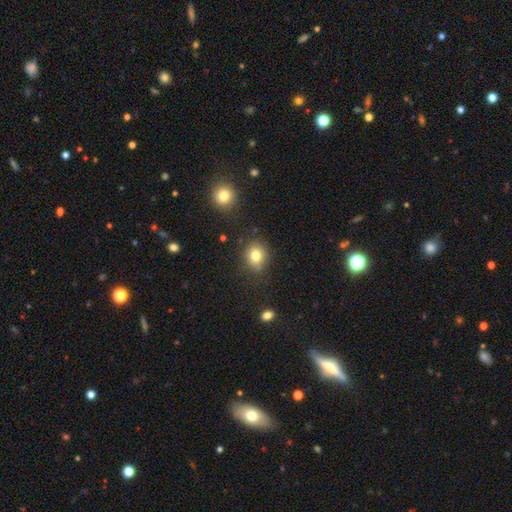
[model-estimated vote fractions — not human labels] Smooth or featured? Predicted: smooth (p=0.80). How rounded? Predicted: round (p=0.68). Merging? Predicted: none (p=0.80).